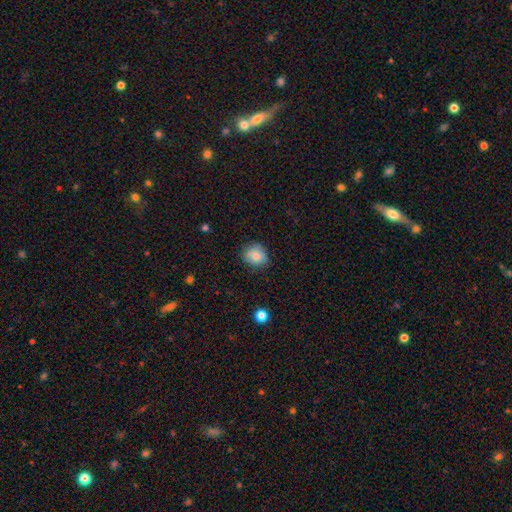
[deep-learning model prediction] smooth 82%, featured or disk 9%, star or artifact 9%. Down the decision tree: how rounded — round (78%); merging — none (77%).